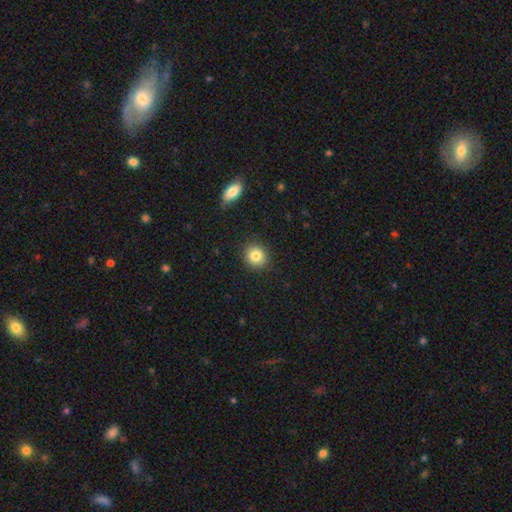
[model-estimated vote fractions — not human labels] smooth-or-featured: smooth: 83% | star or artifact: 10% | featured or disk: 7%
  how-rounded: round: 85% | in between: 14% | cigar-shaped: 1%
  merging: none: 90% | minor disturbance: 7% | major disturbance: 2% | merger: 1%